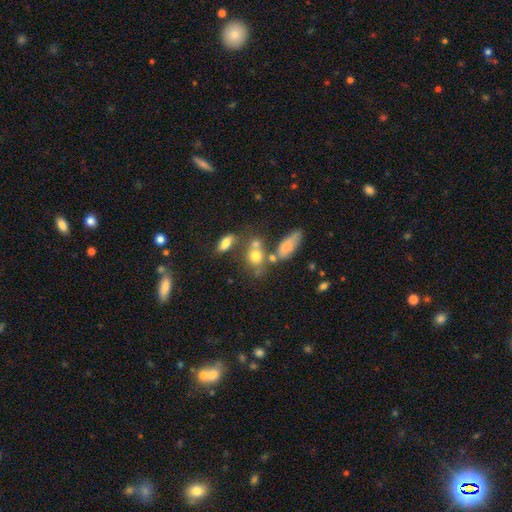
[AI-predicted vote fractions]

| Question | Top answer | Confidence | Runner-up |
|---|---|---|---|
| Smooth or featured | smooth | 70% | featured or disk (16%) |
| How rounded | round | 52% | in between (43%) |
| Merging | none | 43% | merger (34%) |